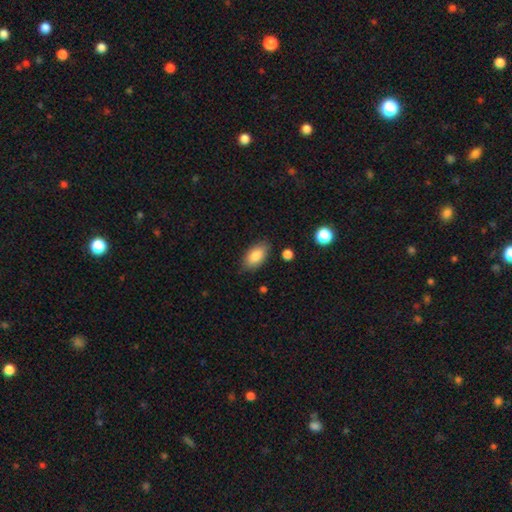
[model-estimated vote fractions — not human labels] Morphology: type=smooth (85%); roundness=in between (93%); merging=none (83%).